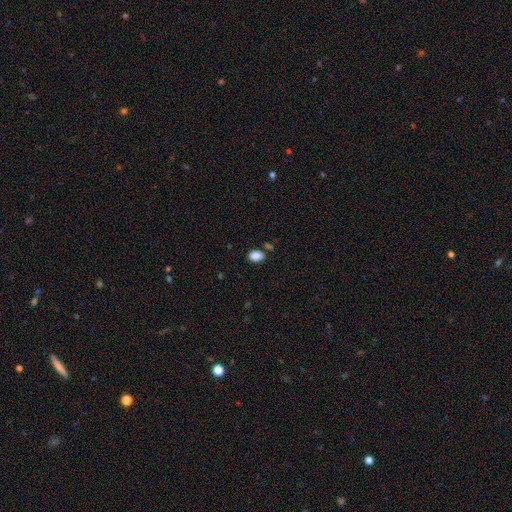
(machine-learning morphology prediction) Smooth or featured? Predicted: smooth (p=0.88). How rounded? Predicted: in between (p=0.87). Merging? Predicted: none (p=0.78).